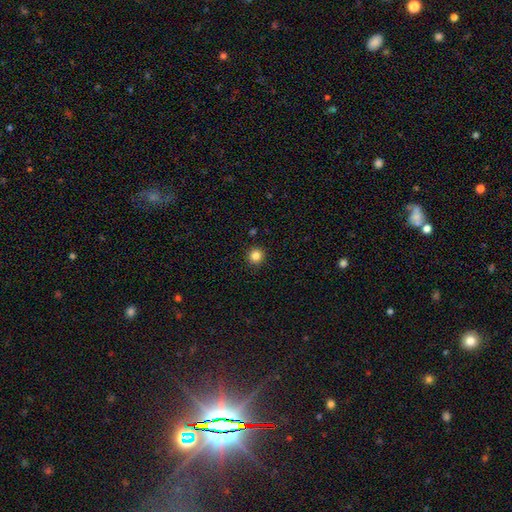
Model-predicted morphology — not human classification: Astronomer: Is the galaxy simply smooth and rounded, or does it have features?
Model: smooth — 84%.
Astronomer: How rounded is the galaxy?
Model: round — 94%.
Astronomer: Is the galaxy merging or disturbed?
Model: none — 92%.